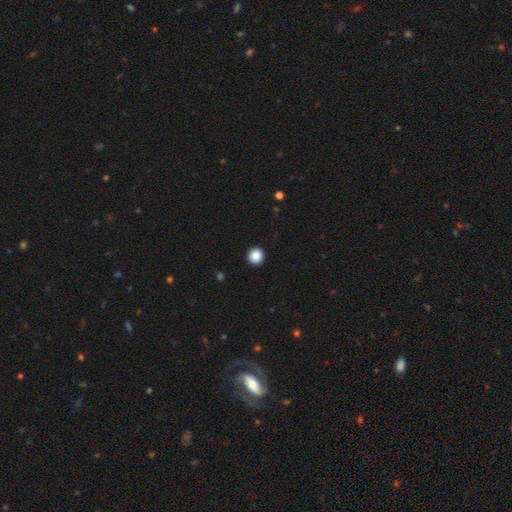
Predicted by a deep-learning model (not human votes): Smooth or featured? Predicted: smooth (p=0.87). How rounded? Predicted: round (p=0.96). Merging? Predicted: none (p=0.94).